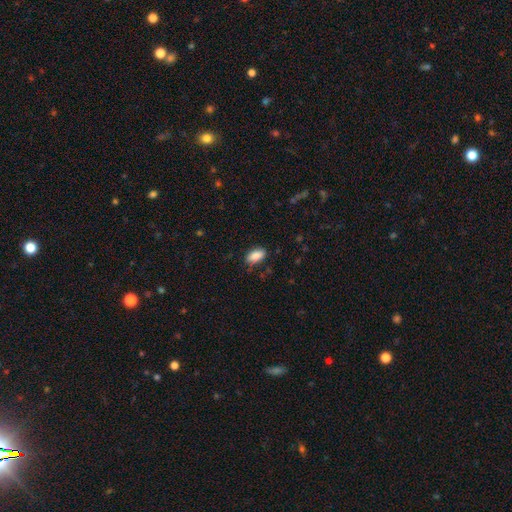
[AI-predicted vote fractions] Smooth or featured: smooth — 87% (star or artifact — 7%)
How rounded: in between — 92% (round — 4%)
Merging: none — 75% (minor disturbance — 19%)